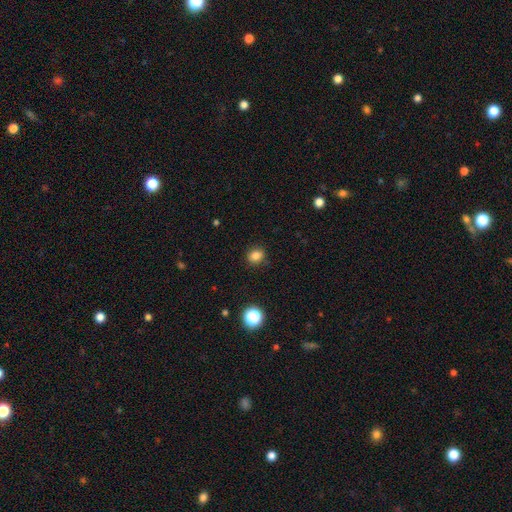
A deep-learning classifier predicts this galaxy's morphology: Smooth or featured? Predicted: smooth (p=0.83). How rounded? Predicted: round (p=0.65). Merging? Predicted: none (p=0.87).